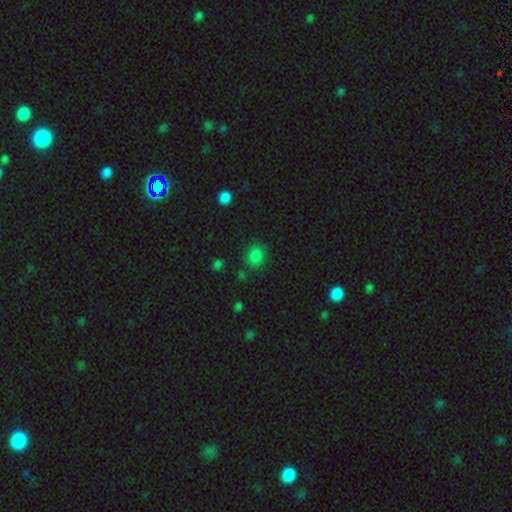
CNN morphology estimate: type=smooth (82%); roundness=round (74%); merging=none (83%).